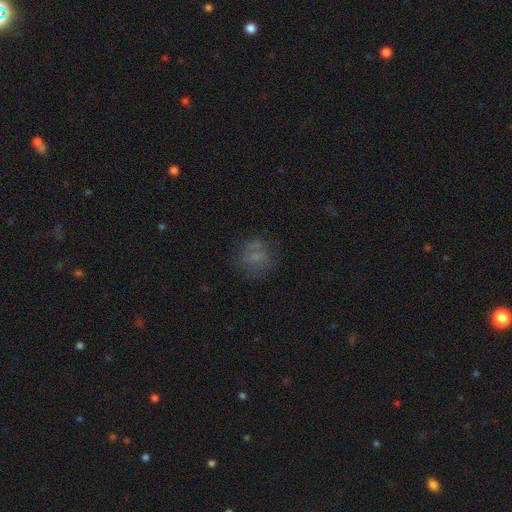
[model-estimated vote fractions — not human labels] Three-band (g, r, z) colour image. It shows a smooth galaxy with no disk features (55%) that is round (78%). Merging: none (61%).